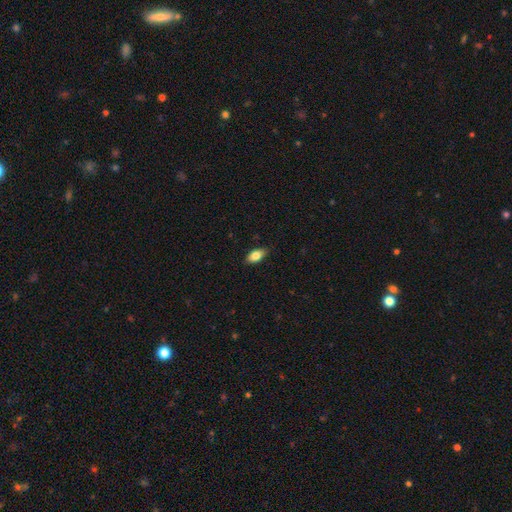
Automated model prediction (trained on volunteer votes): smooth 82%, featured or disk 11%, star or artifact 7%. Down the decision tree: how rounded — in between (90%); merging — none (85%).